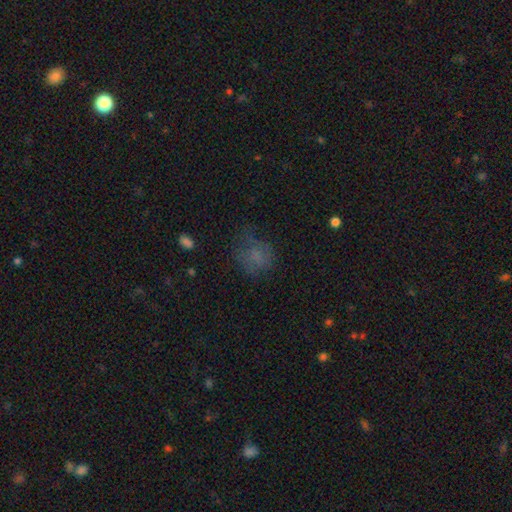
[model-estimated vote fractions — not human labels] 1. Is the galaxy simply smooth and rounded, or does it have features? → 65% smooth, 18% featured or disk, 17% star or artifact.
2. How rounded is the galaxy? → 68% round, 31% in between, 1% cigar-shaped.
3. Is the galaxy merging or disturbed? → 53% none, 24% minor disturbance, 22% major disturbance, 2% merger.